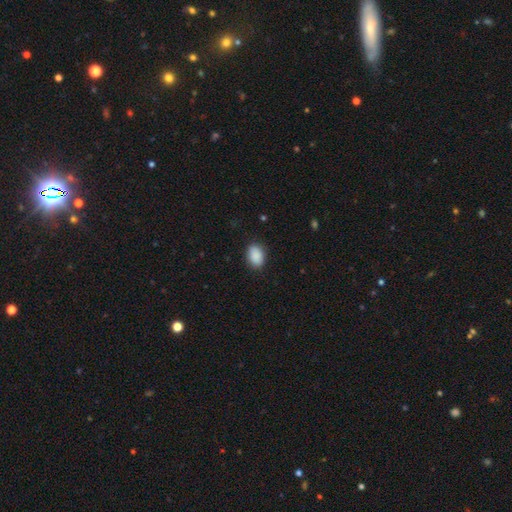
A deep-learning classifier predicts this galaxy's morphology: smooth_or_featured: smooth (p=0.90) [alt: star or artifact p=0.07]
how_rounded: in between (p=0.84) [alt: round p=0.15]
merging: none (p=0.86) [alt: minor disturbance p=0.11]